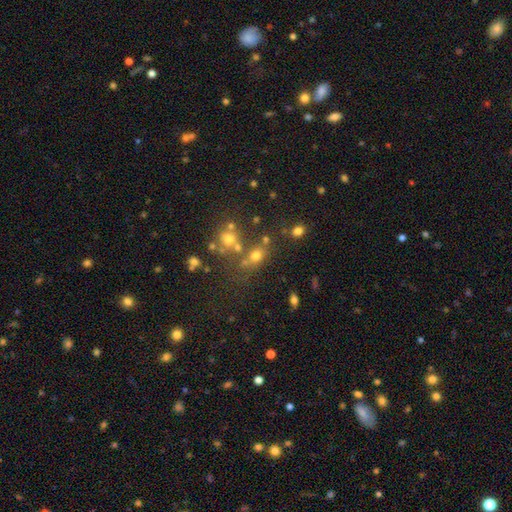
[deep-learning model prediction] smooth 63%, star or artifact 23%, featured or disk 14%. Down the decision tree: how rounded — round (52%); merging — none (54%).